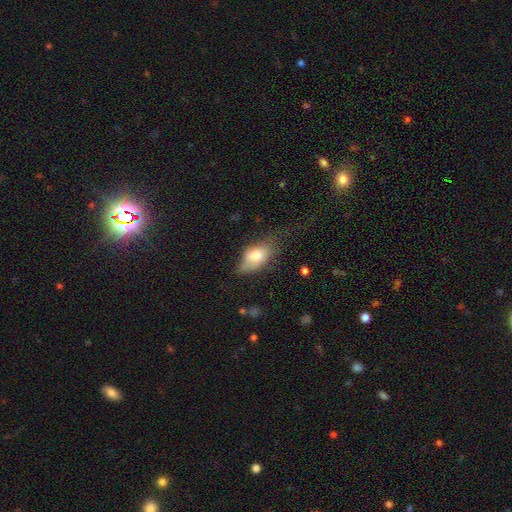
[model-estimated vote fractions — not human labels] The model was most divided on "merging": minor disturbance: 37%, none: 34%, major disturbance: 26%, merger: 3%. More confident: how rounded — in between (88%); smooth or featured — smooth (72%).